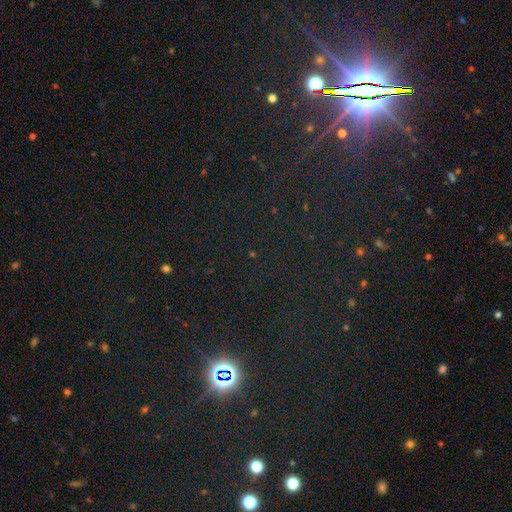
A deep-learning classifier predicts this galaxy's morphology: Q: Smooth or featured?
A: star or artifact (82%); runner-up: smooth (11%)